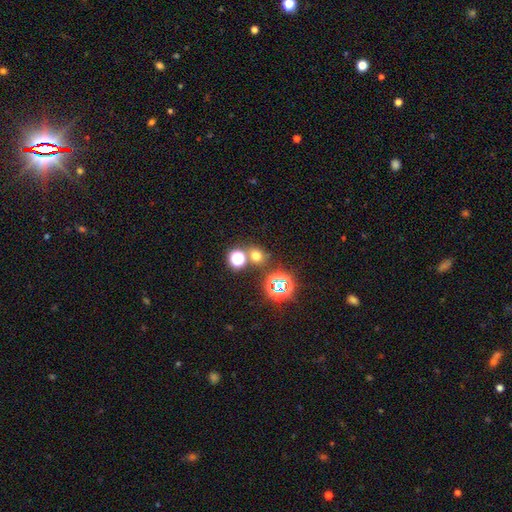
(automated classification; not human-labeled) A smooth galaxy with no disk features (60%) that is round (77%).

Vote fractions:
- Smooth or featured? smooth: 60% / star or artifact: 33% / featured or disk: 7%
- How rounded? round: 77% / in between: 22% / cigar-shaped: 1%
- Merging? none: 73% / merger: 16% / minor disturbance: 8% / major disturbance: 4%